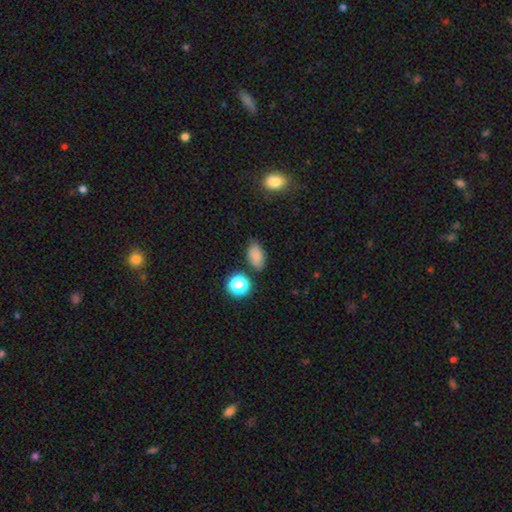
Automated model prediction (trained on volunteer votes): The model was most divided on "merging": none: 78%, minor disturbance: 14%, merger: 4%, major disturbance: 4%. More confident: how rounded — in between (86%); smooth or featured — smooth (81%).